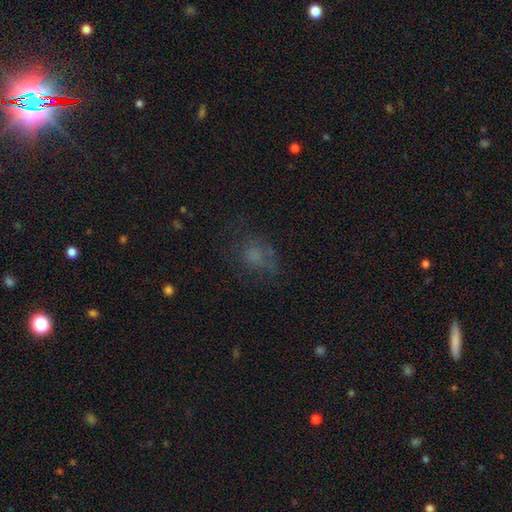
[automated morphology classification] smooth 56%, star or artifact 22%, featured or disk 22%. Down the decision tree: how rounded — in between (50%); merging — none (55%).